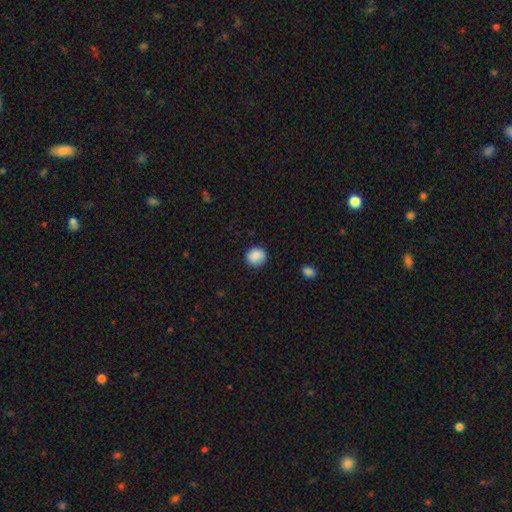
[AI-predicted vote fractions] smooth-or-featured: smooth: 89% | star or artifact: 8% | featured or disk: 3%
  how-rounded: round: 90% | in between: 9% | cigar-shaped: 1%
  merging: none: 88% | minor disturbance: 8% | major disturbance: 2% | merger: 1%